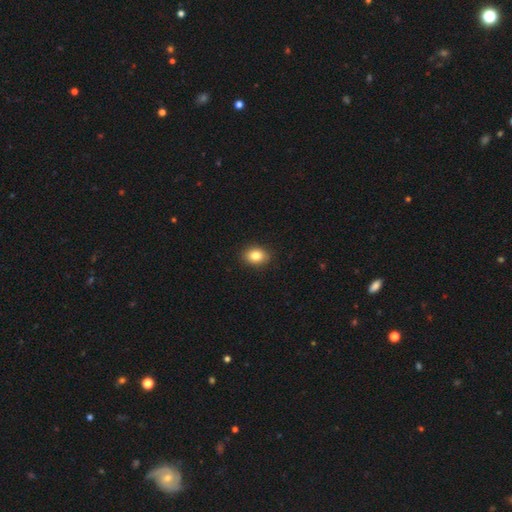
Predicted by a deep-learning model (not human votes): smooth-or-featured: smooth: 84% | star or artifact: 9% | featured or disk: 7%
  how-rounded: in between: 63% | round: 36% | cigar-shaped: 1%
  merging: none: 90% | minor disturbance: 7% | major disturbance: 2% | merger: 1%